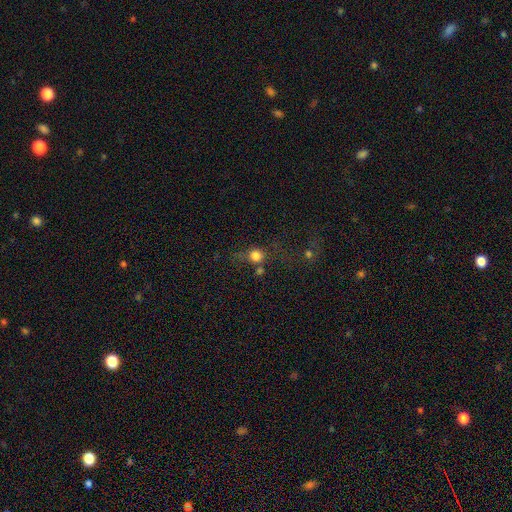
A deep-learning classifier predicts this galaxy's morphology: This appears to be a smooth galaxy with no disk features (74%) that is round (84%). Merging: none (53%).